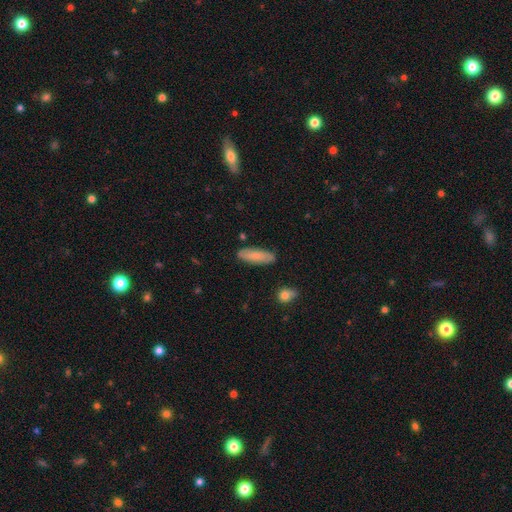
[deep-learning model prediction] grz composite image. It shows a smooth galaxy with no disk features (79%) that is in between round and cigar-shaped (56%). Merging: none (85%).